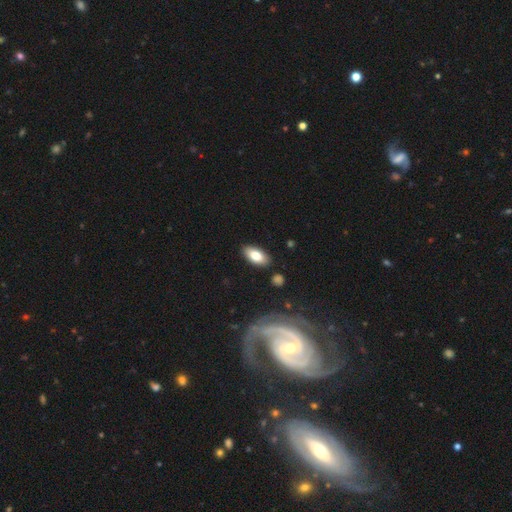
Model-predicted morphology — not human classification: A smooth galaxy with no disk features (79%) that is in between round and cigar-shaped (90%).

Vote fractions:
- Smooth or featured? smooth: 79% / featured or disk: 14% / star or artifact: 7%
- How rounded? in between: 90% / cigar-shaped: 7% / round: 3%
- Merging? none: 87% / minor disturbance: 9% / major disturbance: 2% / merger: 2%